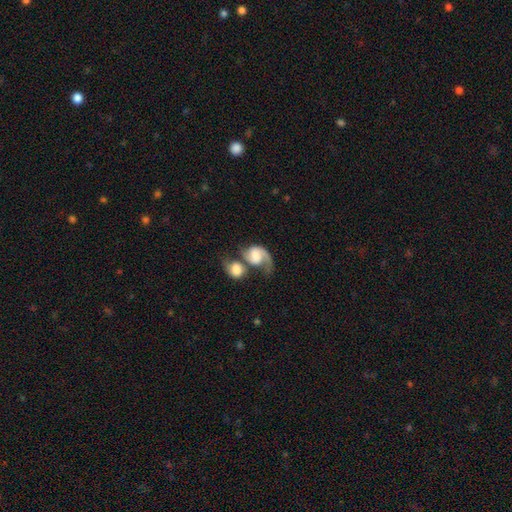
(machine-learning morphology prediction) Smooth or featured?
  - featured or disk: 63% *
  - smooth: 30%
  - star or artifact: 7%
Edge-on disk?
  - no: 97% *
  - yes: 3%
Bar?
  - no: 56% *
  - weak: 33%
  - strong: 11%
Spiral arms?
  - yes: 89% *
  - no: 11%
Spiral winding?
  - loose: 50% *
  - medium: 34%
  - tight: 16%
Spiral arm count?
  - 1: 50% *
  - 2: 43%
  - can't tell: 4%
  - 3: 1%
  - more than 4: 1%
  - 4: 1%
Bulge size?
  - large: 28% *
  - none: 25%
  - moderate: 22%
  - small: 16%
  - dominant: 9%
Merging?
  - merger: 63% *
  - none: 15%
  - major disturbance: 14%
  - minor disturbance: 8%